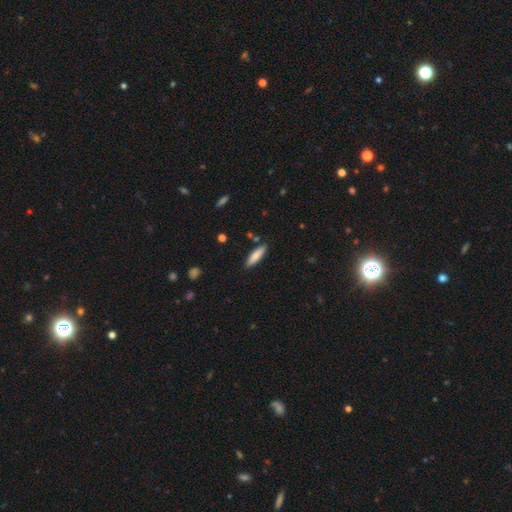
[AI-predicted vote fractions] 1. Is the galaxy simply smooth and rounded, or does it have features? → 80% smooth, 13% featured or disk, 6% star or artifact.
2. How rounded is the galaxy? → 67% cigar-shaped, 31% in between, 1% round.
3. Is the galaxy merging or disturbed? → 86% none, 10% minor disturbance, 2% merger, 2% major disturbance.